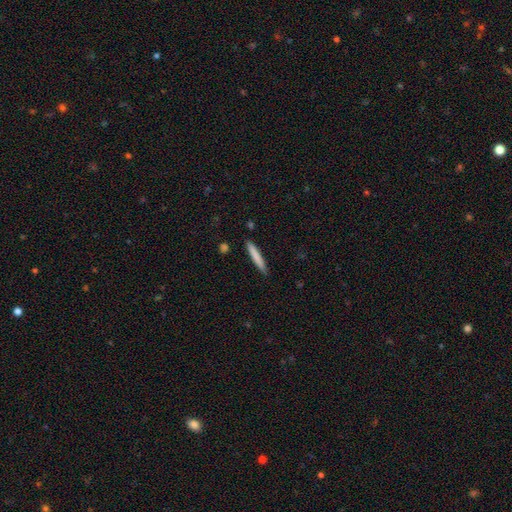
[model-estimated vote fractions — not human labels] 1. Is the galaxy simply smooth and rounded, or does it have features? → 78% smooth, 16% featured or disk, 6% star or artifact.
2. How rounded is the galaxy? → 95% cigar-shaped, 4% in between, 1% round.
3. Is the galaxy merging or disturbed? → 89% none, 8% minor disturbance, 2% major disturbance, 2% merger.